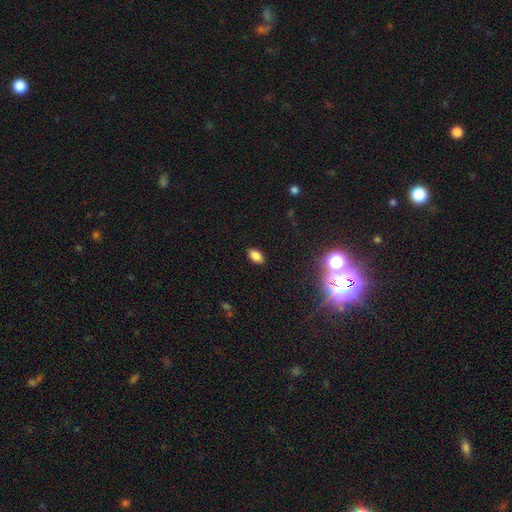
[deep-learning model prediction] This appears to be a smooth galaxy with no disk features (82%) that is in between round and cigar-shaped (92%). Merging: none (89%).